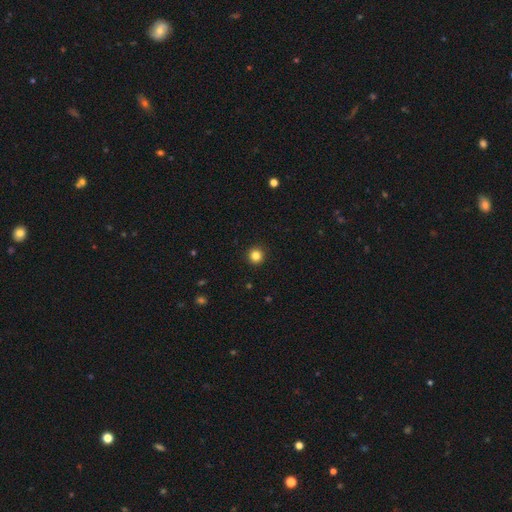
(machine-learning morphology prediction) smooth_or_featured: smooth (p=0.84) [alt: star or artifact p=0.11]
how_rounded: round (p=0.96) [alt: in between p=0.03]
merging: none (p=0.94) [alt: minor disturbance p=0.04]